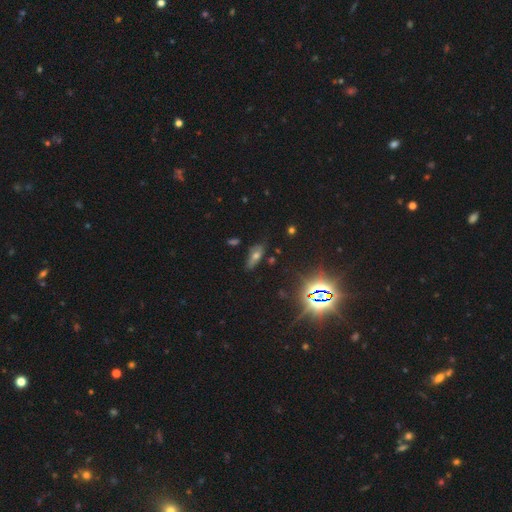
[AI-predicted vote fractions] Q: Smooth or featured?
A: smooth (47%); runner-up: star or artifact (27%)
Q: Merging?
A: none (71%); runner-up: minor disturbance (20%)